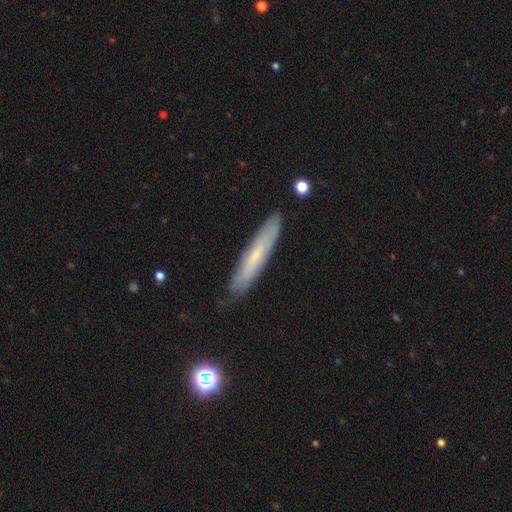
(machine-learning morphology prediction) Overall: smooth (50%; featured or disk 43%). Merging: none (83%).